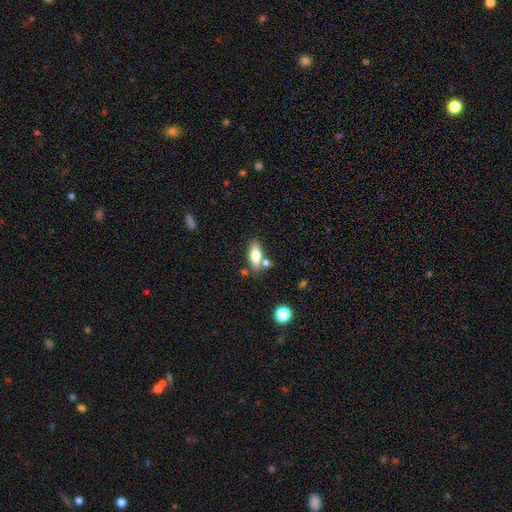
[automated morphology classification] Overall: smooth (69%). How rounded: in between (69%). Merging: none (65%).